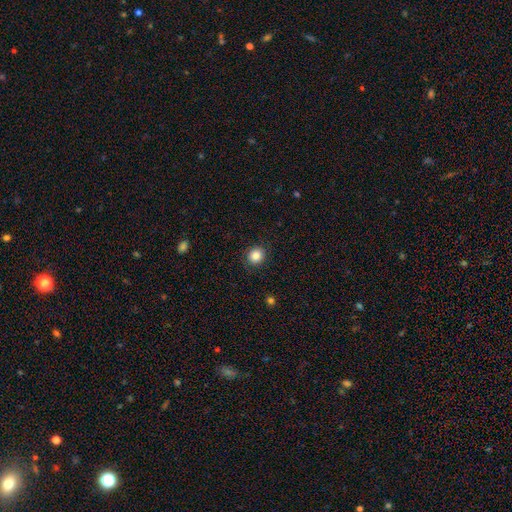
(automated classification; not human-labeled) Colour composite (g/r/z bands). It shows a smooth galaxy with no disk features (86%) that is round (86%). Merging: none (89%).